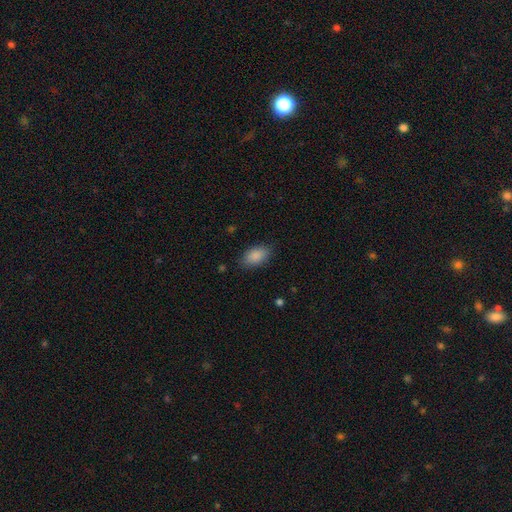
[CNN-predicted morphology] Smooth or featured? Predicted: smooth (p=0.88). How rounded? Predicted: in between (p=0.91). Merging? Predicted: none (p=0.83).